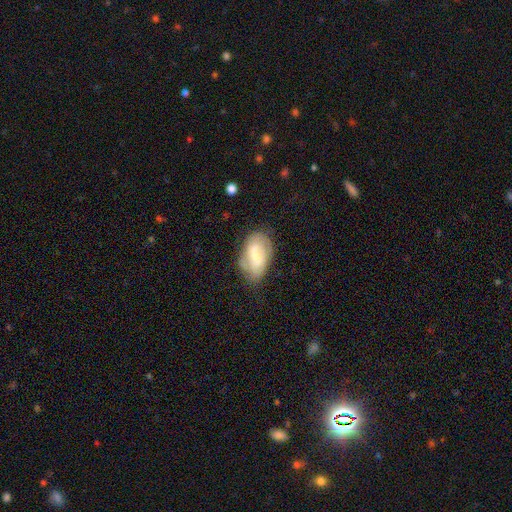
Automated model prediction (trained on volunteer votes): This appears to be a featured or disk galaxy (49%). Merging: none (64%).